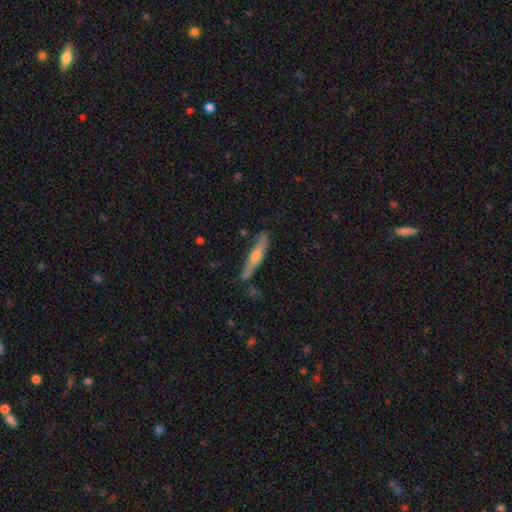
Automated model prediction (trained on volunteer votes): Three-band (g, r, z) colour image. It shows a smooth galaxy with no disk features (48%). Merging: none (80%).